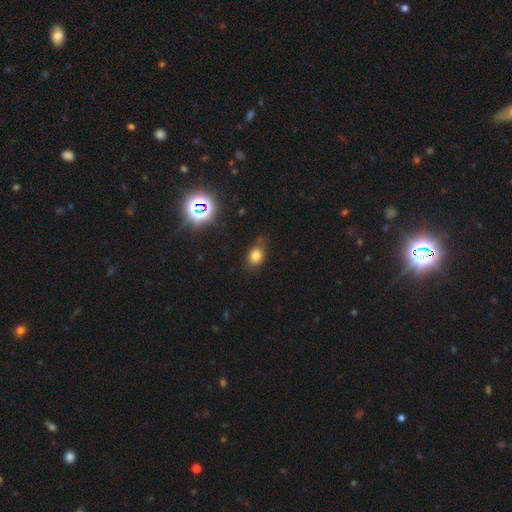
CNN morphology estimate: Smooth or featured?
  - smooth: 77% *
  - star or artifact: 16%
  - featured or disk: 8%
How rounded?
  - in between: 64% *
  - round: 35%
  - cigar-shaped: 2%
Merging?
  - none: 76% *
  - minor disturbance: 18%
  - major disturbance: 4%
  - merger: 2%